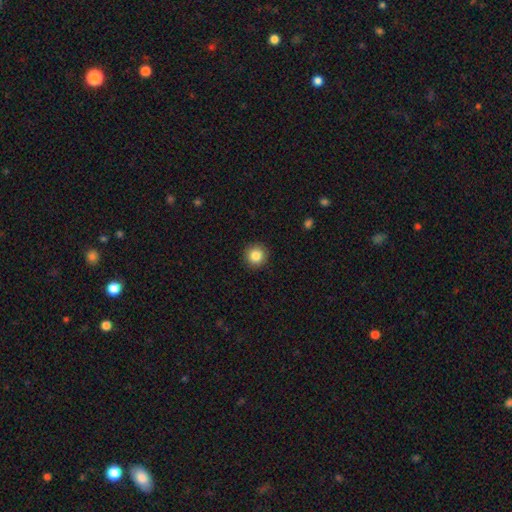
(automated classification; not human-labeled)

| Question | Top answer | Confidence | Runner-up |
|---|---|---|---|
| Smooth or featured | smooth | 85% | star or artifact (10%) |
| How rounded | round | 95% | in between (4%) |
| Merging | none | 92% | minor disturbance (6%) |